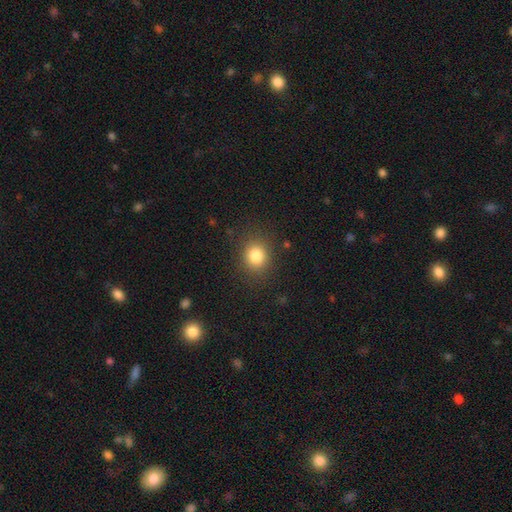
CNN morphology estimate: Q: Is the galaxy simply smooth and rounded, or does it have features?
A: smooth — 82%.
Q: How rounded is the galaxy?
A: round — 73%.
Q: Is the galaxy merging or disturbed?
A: none — 85%.